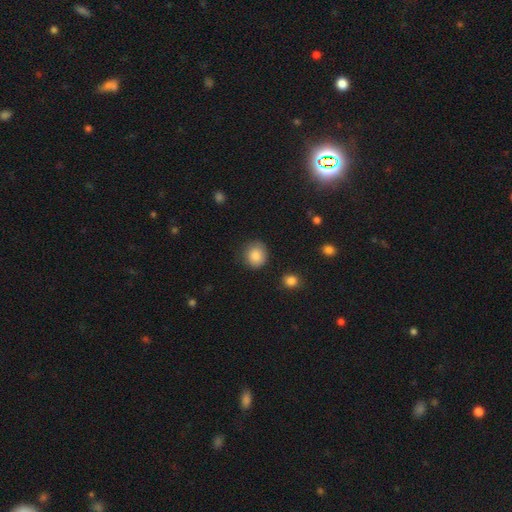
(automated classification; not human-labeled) A smooth galaxy with no disk features (86%) that is round (82%).

Vote fractions:
- Smooth or featured? smooth: 86% / star or artifact: 9% / featured or disk: 6%
- How rounded? round: 82% / in between: 17% / cigar-shaped: 1%
- Merging? none: 81% / minor disturbance: 14% / major disturbance: 3% / merger: 2%